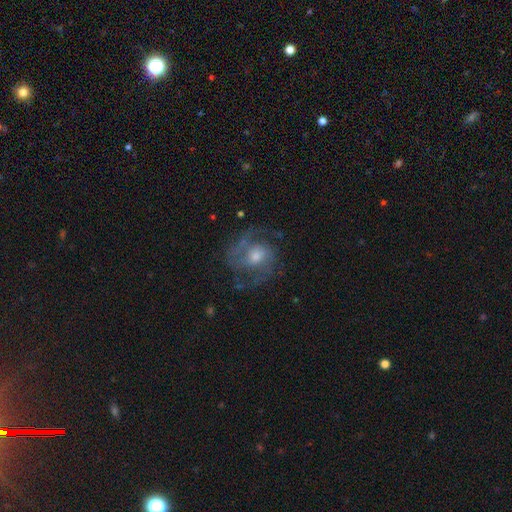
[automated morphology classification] type=featured or disk (84%); edge-on=no (98%); bar=no (52%); spiral arms=yes (95%); winding=medium (57%); arm count=2 (83%); bulge=moderate (54%); merging=none (71%).